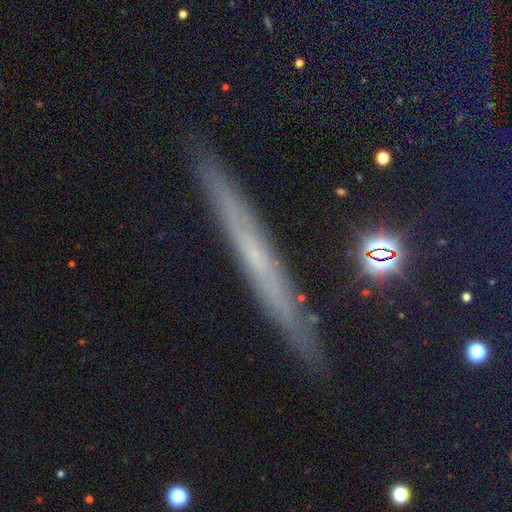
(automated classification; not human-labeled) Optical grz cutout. It shows a featured or disk galaxy (43%). Merging: none (89%).